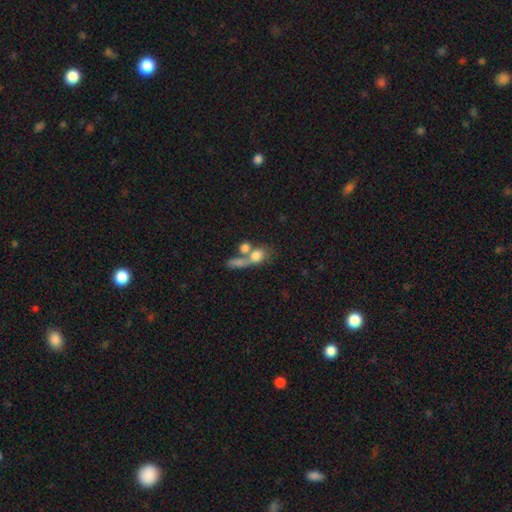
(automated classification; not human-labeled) smooth_or_featured: smooth (p=0.71) [alt: featured or disk p=0.19]
how_rounded: in between (p=0.47) [alt: round p=0.46]
merging: merger (p=0.58) [alt: none p=0.24]